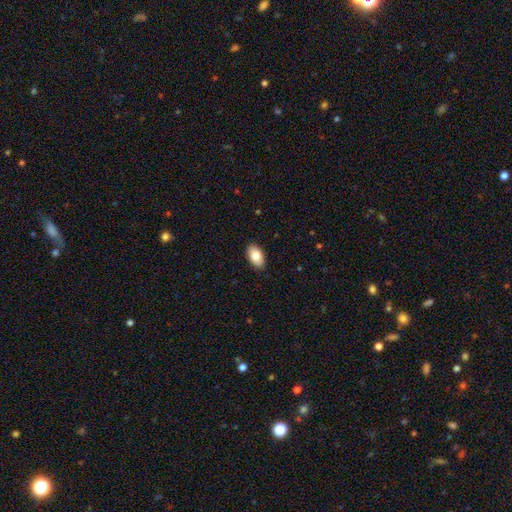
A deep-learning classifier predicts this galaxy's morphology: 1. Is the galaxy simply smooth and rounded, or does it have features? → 82% smooth, 11% featured or disk, 7% star or artifact.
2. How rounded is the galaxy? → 94% in between, 5% round, 1% cigar-shaped.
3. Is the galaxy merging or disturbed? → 90% none, 8% minor disturbance, 2% major disturbance, 1% merger.